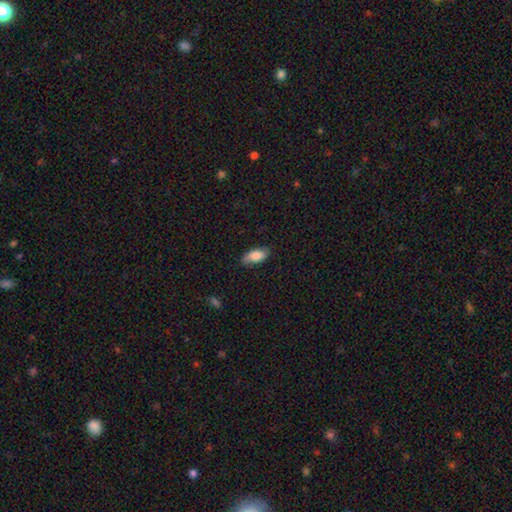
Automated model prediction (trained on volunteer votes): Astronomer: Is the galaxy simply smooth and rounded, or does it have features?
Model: smooth — 80%.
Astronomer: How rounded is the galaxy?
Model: in between — 88%.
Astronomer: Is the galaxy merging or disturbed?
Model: none — 80%.